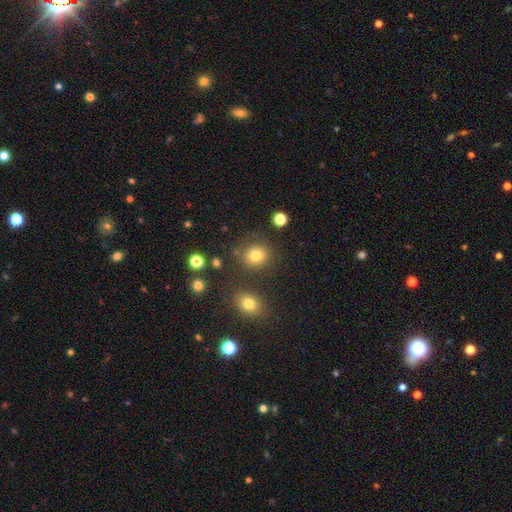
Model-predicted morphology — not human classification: Smooth or featured: smooth — 80% (star or artifact — 13%)
How rounded: round — 84% (in between — 15%)
Merging: none — 80% (minor disturbance — 10%)